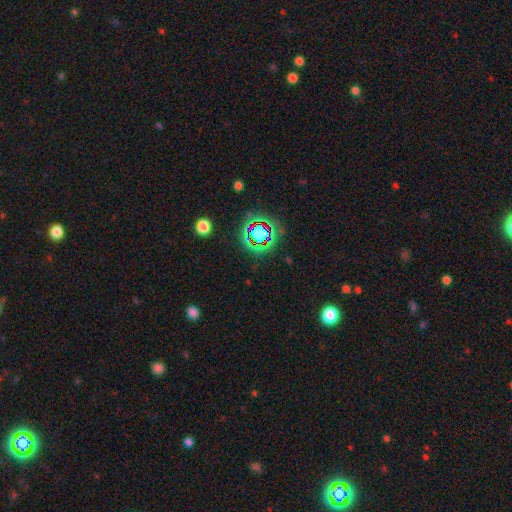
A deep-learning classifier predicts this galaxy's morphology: Q: Smooth or featured?
A: star or artifact (70%); runner-up: smooth (18%)